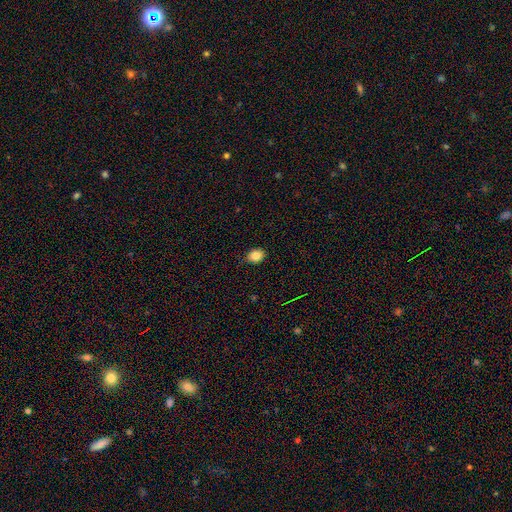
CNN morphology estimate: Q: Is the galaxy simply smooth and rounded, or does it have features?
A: smooth — 84%.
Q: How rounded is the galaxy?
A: round — 54%.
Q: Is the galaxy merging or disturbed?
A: none — 79%.